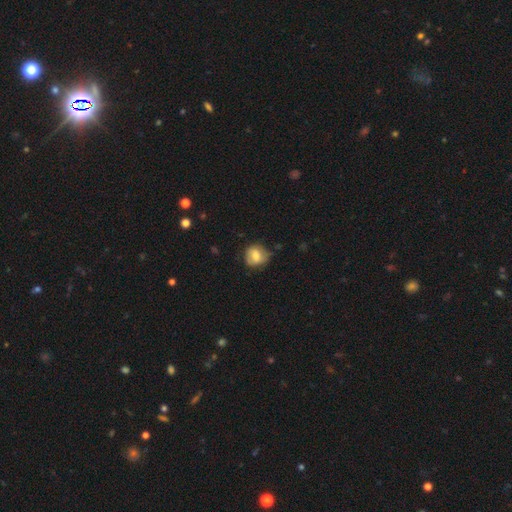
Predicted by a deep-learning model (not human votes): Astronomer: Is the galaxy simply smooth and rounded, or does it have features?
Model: smooth — 69%.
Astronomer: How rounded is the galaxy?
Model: round — 77%.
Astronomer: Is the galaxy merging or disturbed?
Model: none — 67%.